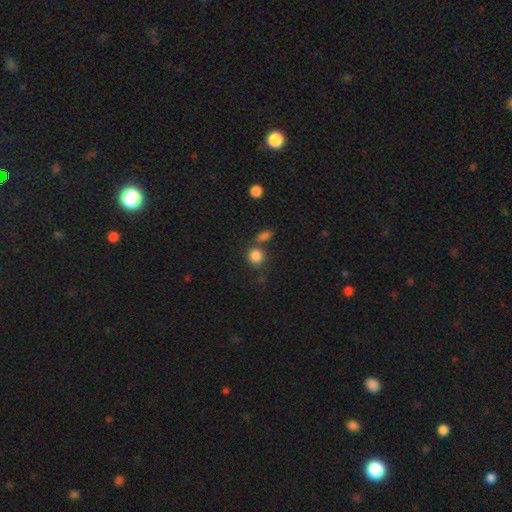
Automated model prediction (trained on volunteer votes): Overall: smooth (85%). How rounded: round (81%). Merging: none (62%; merger 23%).